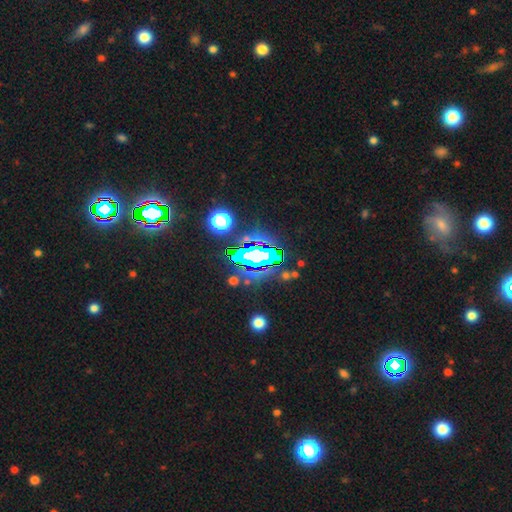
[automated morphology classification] Smooth or featured: star or artifact — 65% (smooth — 20%)